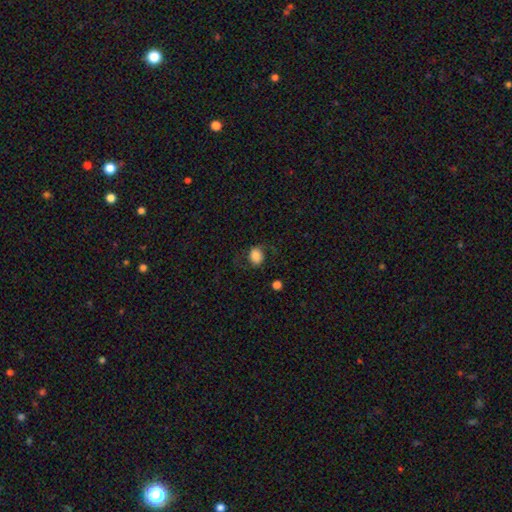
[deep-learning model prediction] A smooth galaxy with no disk features (73%) that is round (51%). Merging: none (71%).